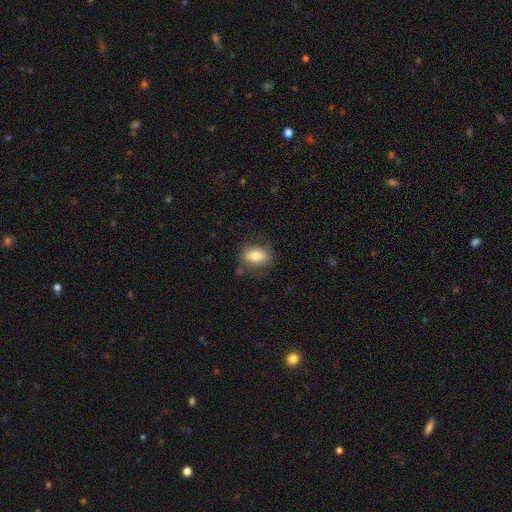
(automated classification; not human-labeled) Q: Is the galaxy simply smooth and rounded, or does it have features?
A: smooth — 79%.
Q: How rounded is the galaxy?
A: in between — 79%.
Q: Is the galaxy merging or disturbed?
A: none — 76%.